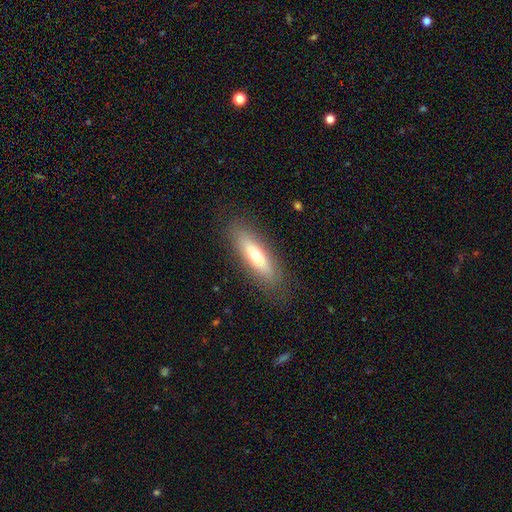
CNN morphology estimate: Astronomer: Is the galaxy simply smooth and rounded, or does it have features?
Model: smooth — 56% (runner-up: featured or disk, 37%).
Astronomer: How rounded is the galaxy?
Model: cigar-shaped — 55% (runner-up: in between, 43%).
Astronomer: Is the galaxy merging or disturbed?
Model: none — 85%.